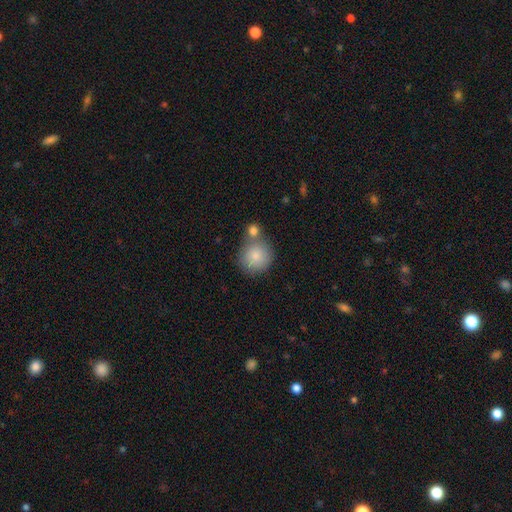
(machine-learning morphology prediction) smooth 84%, featured or disk 8%, star or artifact 7%. Down the decision tree: how rounded — round (90%); merging — none (55%).